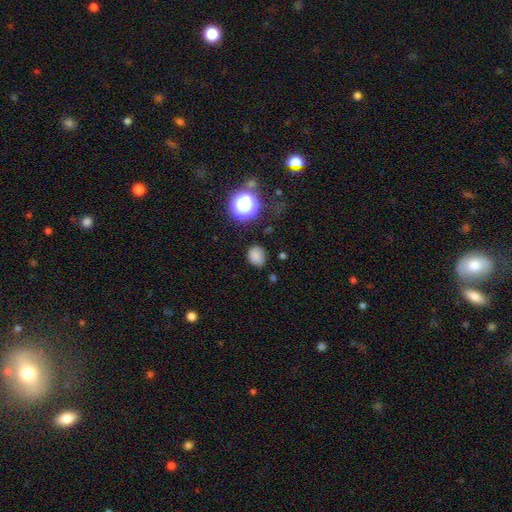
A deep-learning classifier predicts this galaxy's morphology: Overall: smooth (78%). How rounded: round (61%; in between 38%). Merging: none (77%).